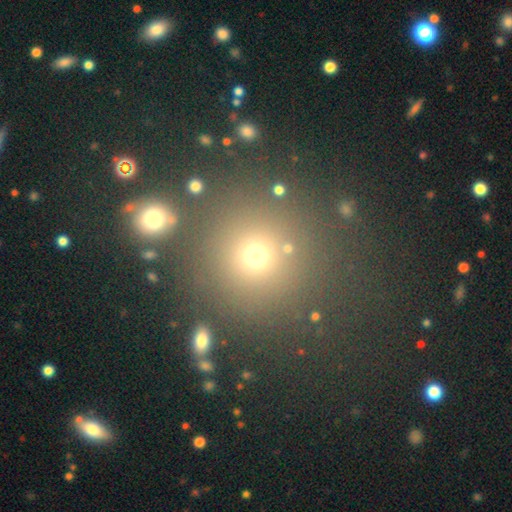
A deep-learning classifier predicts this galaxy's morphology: The model was most divided on "smooth or featured": smooth: 60%, star or artifact: 32%, featured or disk: 8%. More confident: how rounded — round (93%); merging — none (82%).